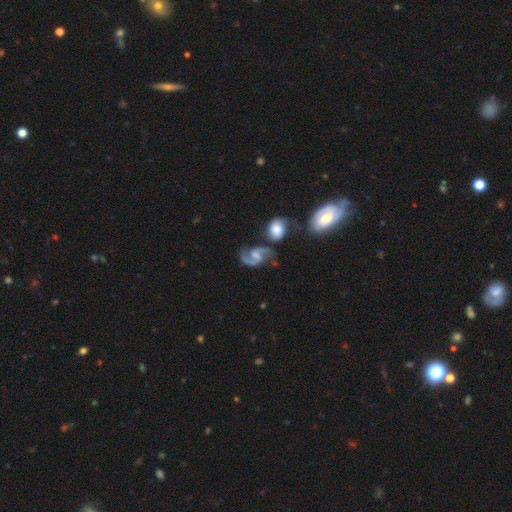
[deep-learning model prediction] Morphology: type=featured or disk (87%); edge-on=no (98%); bar=weak (52%); spiral arms=yes (96%); winding=medium (51%); arm count=2 (93%); bulge=small (35%); merging=none (63%).